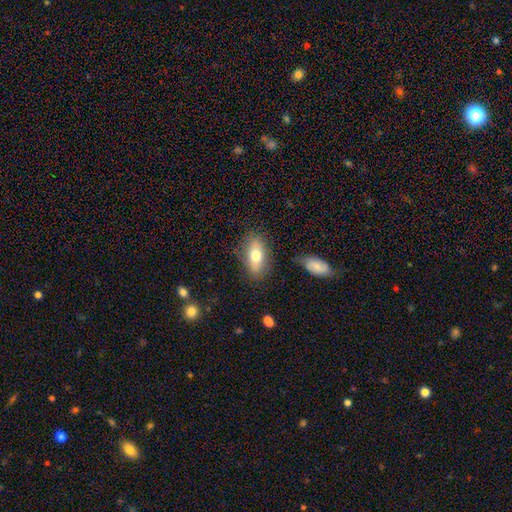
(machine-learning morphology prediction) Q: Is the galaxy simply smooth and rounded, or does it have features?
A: smooth — 71%.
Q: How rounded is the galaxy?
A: in between — 87%.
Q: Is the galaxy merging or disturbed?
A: none — 78%.